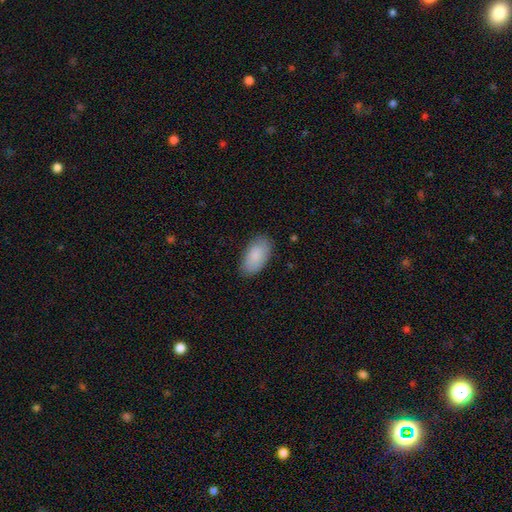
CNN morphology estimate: smooth_or_featured: smooth (p=0.85) [alt: featured or disk p=0.09]
how_rounded: in between (p=0.95) [alt: round p=0.03]
merging: none (p=0.82) [alt: minor disturbance p=0.14]